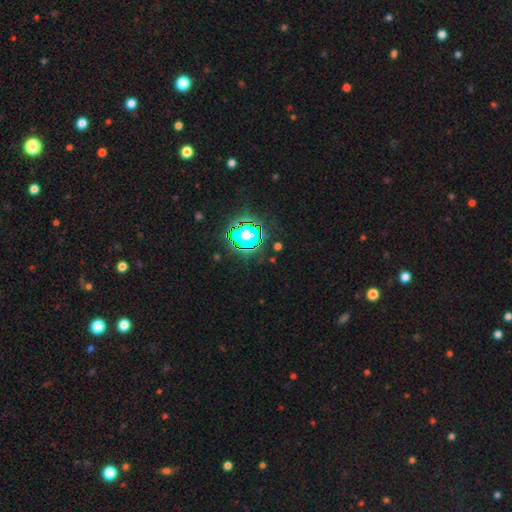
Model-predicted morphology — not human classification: Smooth or featured: star or artifact — 82% (smooth — 11%)